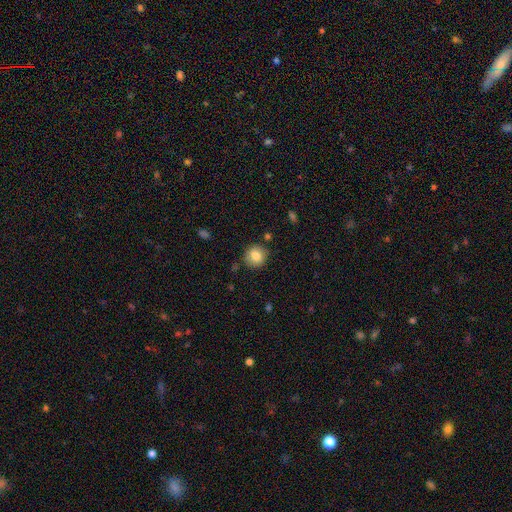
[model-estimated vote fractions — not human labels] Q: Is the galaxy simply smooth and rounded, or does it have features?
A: smooth — 82%.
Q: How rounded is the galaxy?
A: round — 88%.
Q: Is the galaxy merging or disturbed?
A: none — 85%.